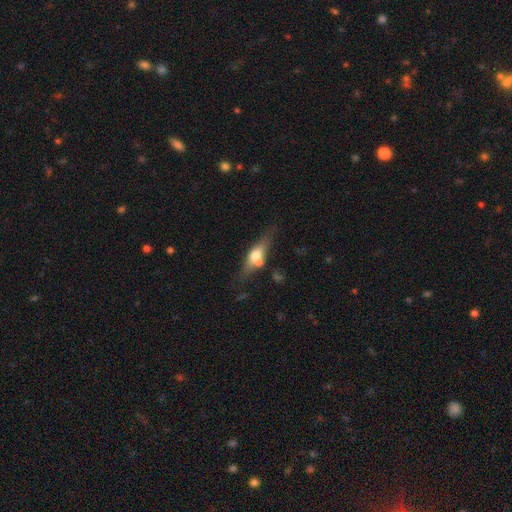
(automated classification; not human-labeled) This is possibly a featured or disk galaxy (47%). Merging: possibly none (58%).